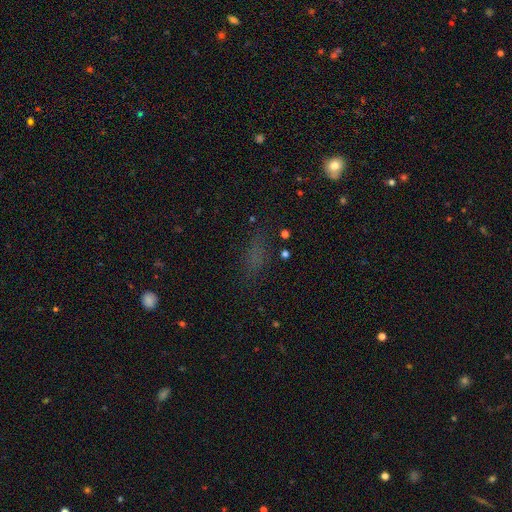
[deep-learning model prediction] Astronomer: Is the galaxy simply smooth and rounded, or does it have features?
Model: smooth — 56%.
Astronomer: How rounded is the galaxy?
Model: in between — 62%.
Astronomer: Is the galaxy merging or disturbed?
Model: none — 71%.